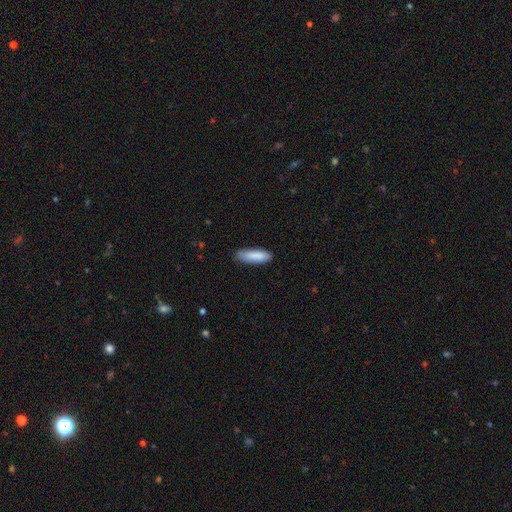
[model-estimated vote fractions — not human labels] Smooth or featured? Predicted: smooth (p=0.87). How rounded? Predicted: cigar-shaped (p=0.56). Merging? Predicted: none (p=0.78).